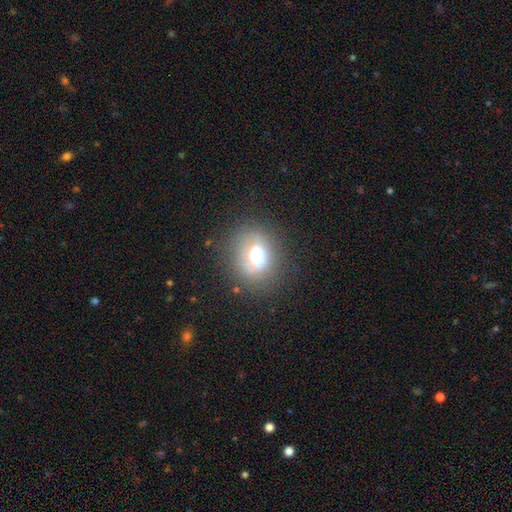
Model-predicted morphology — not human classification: smooth-or-featured: smooth: 56% | featured or disk: 31% | star or artifact: 13%
  how-rounded: round: 60% | in between: 39% | cigar-shaped: 1%
  merging: none: 68% | minor disturbance: 19% | major disturbance: 10% | merger: 2%